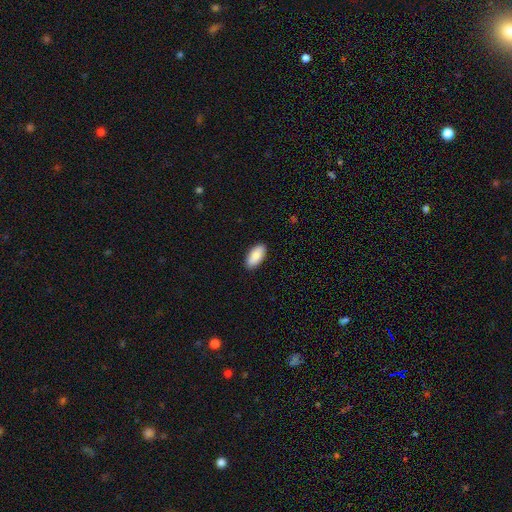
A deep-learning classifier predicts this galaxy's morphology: This appears to be a smooth galaxy with no disk features (88%) that is in between round and cigar-shaped (92%). Merging: none (90%).